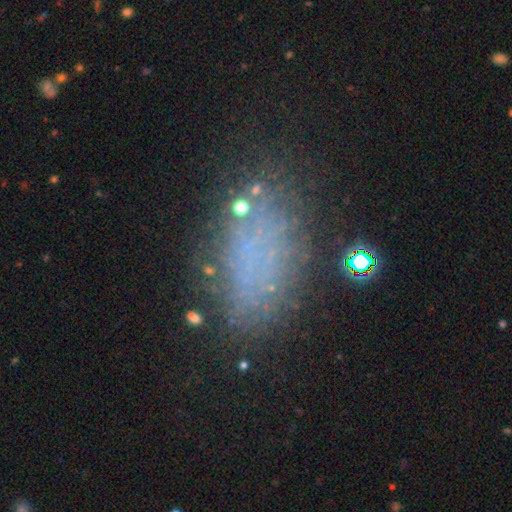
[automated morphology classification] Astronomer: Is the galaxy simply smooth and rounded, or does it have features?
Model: smooth — 50% (runner-up: star or artifact, 25%).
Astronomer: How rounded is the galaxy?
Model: in between — 86%.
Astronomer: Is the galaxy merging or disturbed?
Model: none — 69%.